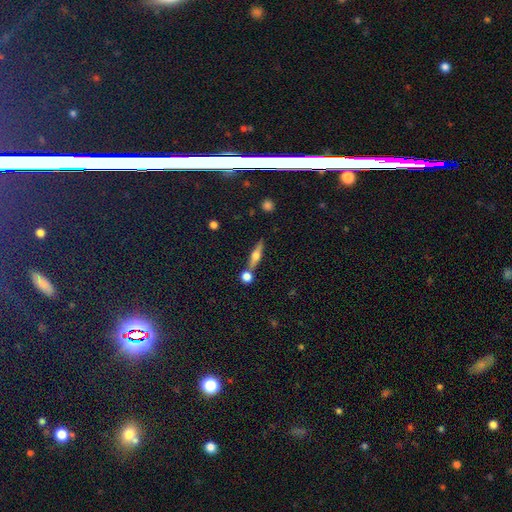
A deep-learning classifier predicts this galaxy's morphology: The model was most divided on "smooth or featured": featured or disk: 55%, smooth: 37%, star or artifact: 8%. More confident: edge-on disk — yes (94%); edge-on bulge — rounded (92%); merging — none (70%).